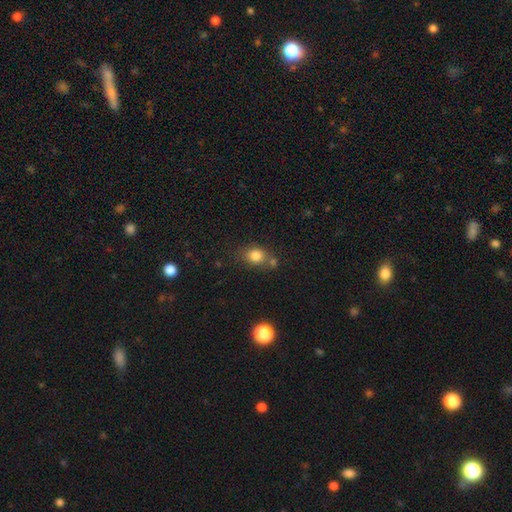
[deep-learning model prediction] Smooth or featured? smooth (82%)
How rounded? round (63%)
Merging? none (58%)